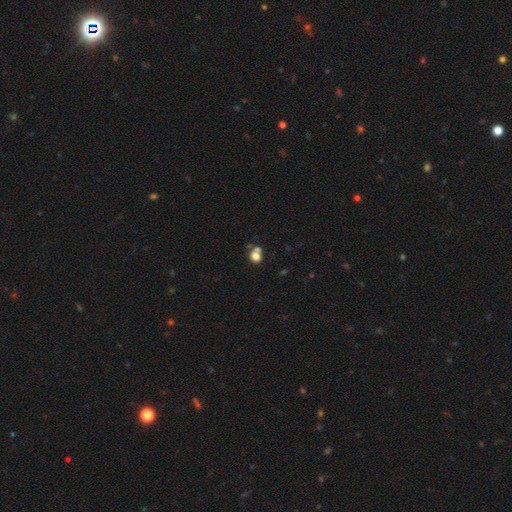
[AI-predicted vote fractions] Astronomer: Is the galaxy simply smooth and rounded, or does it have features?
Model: smooth — 76%.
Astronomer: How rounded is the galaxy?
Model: round — 72%.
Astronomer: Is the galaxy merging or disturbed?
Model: none — 52% (runner-up: merger, 31%).